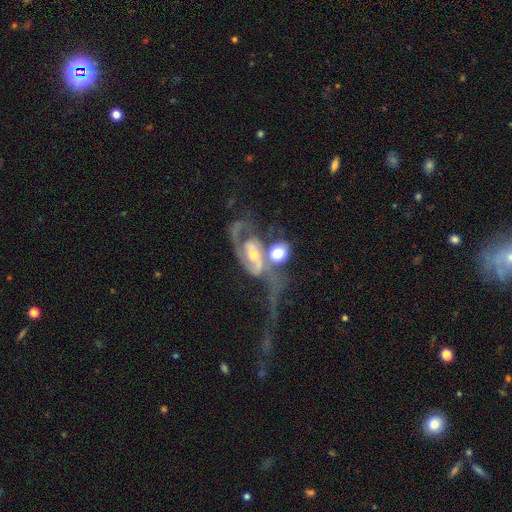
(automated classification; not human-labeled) A featured or disk galaxy (84%) with no bar (40%), 2 (72%) loose (40%) spiral arms (90%) and a moderate central bulge (58%).

Vote fractions:
- Smooth or featured? featured or disk: 84% / smooth: 9% / star or artifact: 7%
- Edge-on disk? no: 94% / yes: 6%
- Bar? no: 40% / weak: 36% / strong: 24%
- Spiral arms? yes: 90% / no: 10%
- Spiral winding? loose: 40% / medium: 37% / tight: 24%
- Spiral arm count? 2: 72% / 1: 12% / can't tell: 11% / 3: 2% / 4: 1% / more than 4: 1%
- Bulge size? moderate: 58% / small: 32% / large: 6% / none: 2% / dominant: 1%
- Merging? merger: 42% / major disturbance: 33% / none: 16% / minor disturbance: 9%